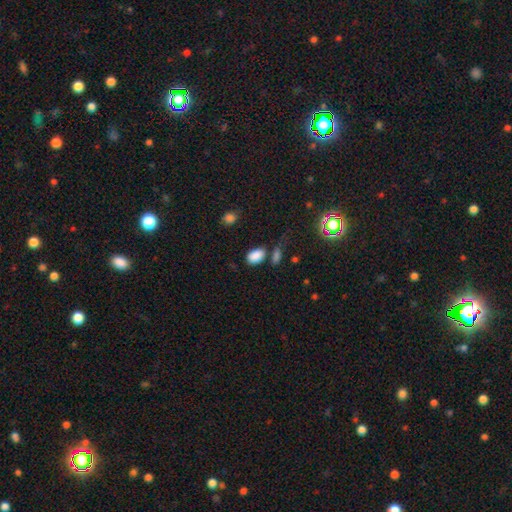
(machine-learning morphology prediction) A smooth galaxy with no disk features (86%) that is in between round and cigar-shaped (89%).

Vote fractions:
- Smooth or featured? smooth: 86% / star or artifact: 9% / featured or disk: 4%
- How rounded? in between: 89% / round: 9% / cigar-shaped: 2%
- Merging? none: 65% / minor disturbance: 16% / merger: 12% / major disturbance: 6%